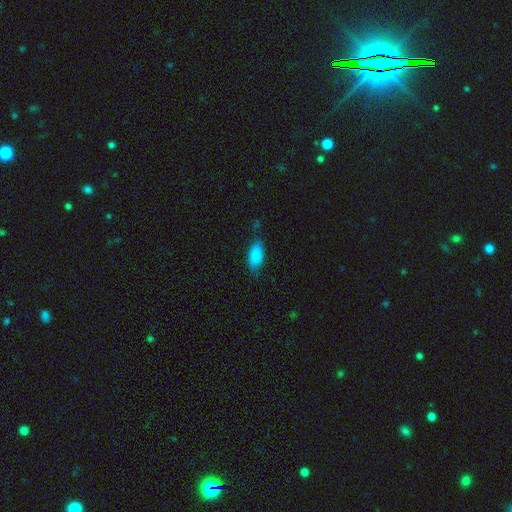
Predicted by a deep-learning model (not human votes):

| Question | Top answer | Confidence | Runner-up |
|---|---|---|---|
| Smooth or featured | smooth | 85% | featured or disk (8%) |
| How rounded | in between | 86% | cigar-shaped (11%) |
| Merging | none | 72% | minor disturbance (21%) |